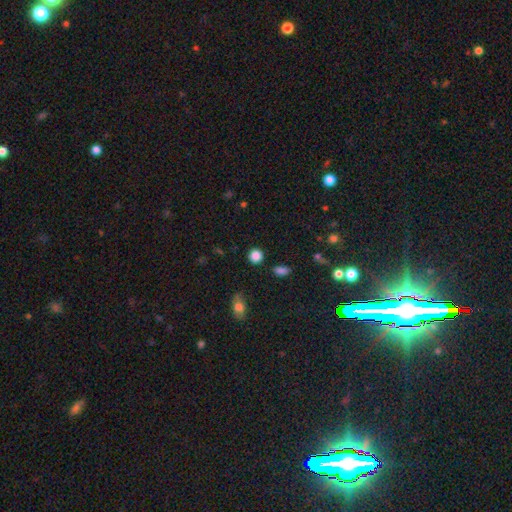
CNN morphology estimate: Overall: smooth (85%). How rounded: round (89%). Merging: none (87%).